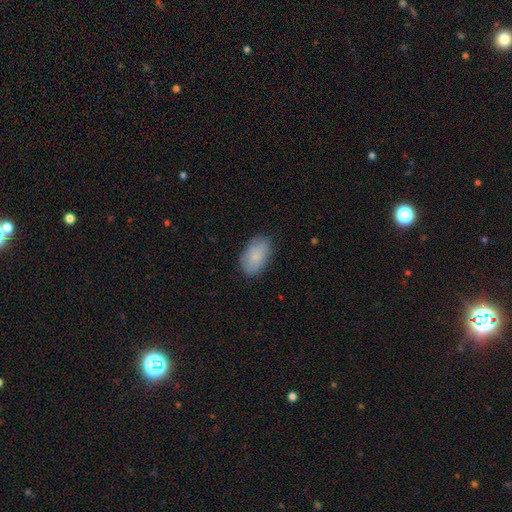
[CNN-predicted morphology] This appears to be a smooth galaxy with no disk features (85%) that is in between round and cigar-shaped (93%). Merging: none (82%).